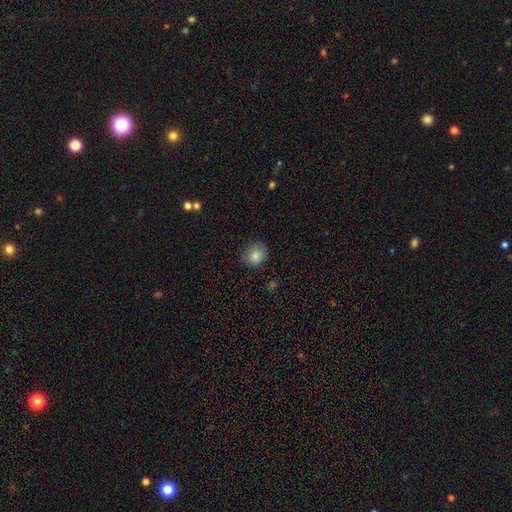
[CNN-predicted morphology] Q: Smooth or featured?
A: smooth (85%); runner-up: star or artifact (9%)
Q: How rounded?
A: round (81%); runner-up: in between (18%)
Q: Merging?
A: none (82%); runner-up: minor disturbance (14%)